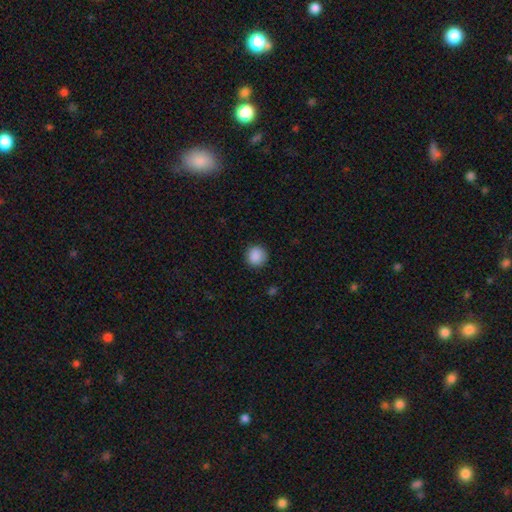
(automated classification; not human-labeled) This appears to be a smooth galaxy with no disk features (88%) that is round (93%). Merging: none (89%).